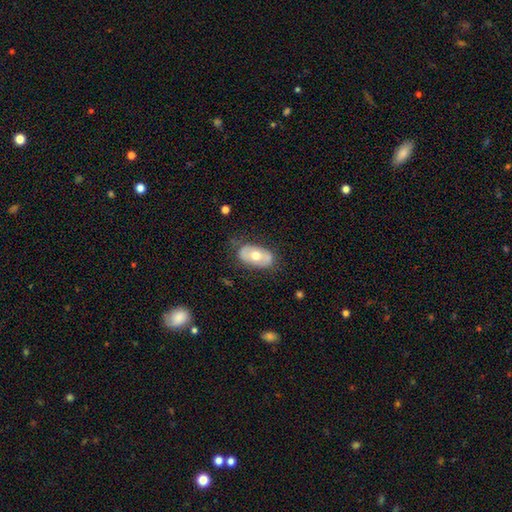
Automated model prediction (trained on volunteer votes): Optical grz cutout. It shows a smooth galaxy with no disk features (49%). Merging: none (71%).